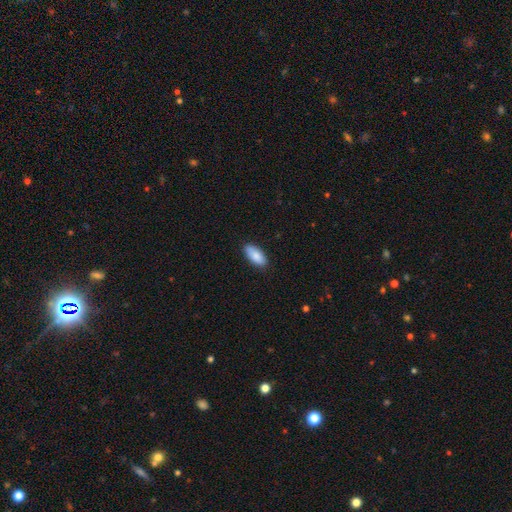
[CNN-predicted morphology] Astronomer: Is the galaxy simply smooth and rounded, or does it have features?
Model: smooth — 87%.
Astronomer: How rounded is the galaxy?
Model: in between — 88%.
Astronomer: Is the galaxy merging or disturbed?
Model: none — 86%.